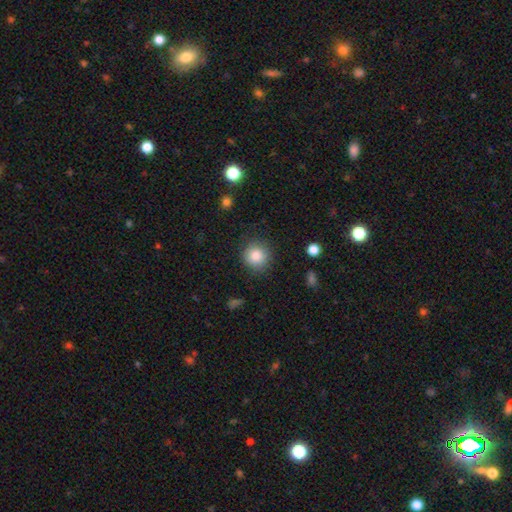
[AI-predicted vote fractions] Smooth or featured?
  - smooth: 85% *
  - star or artifact: 9%
  - featured or disk: 6%
How rounded?
  - round: 92% *
  - in between: 7%
  - cigar-shaped: 1%
Merging?
  - none: 86% *
  - minor disturbance: 10%
  - major disturbance: 3%
  - merger: 1%